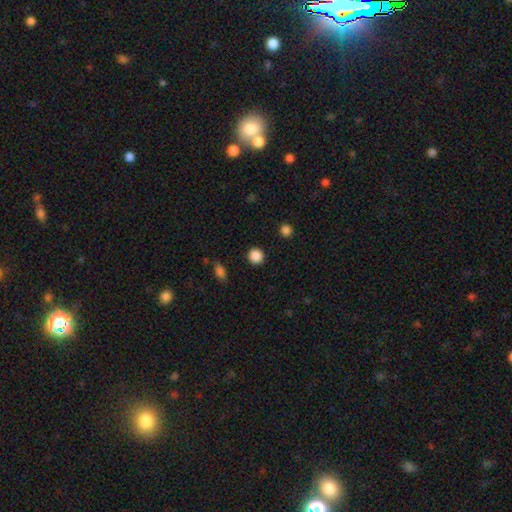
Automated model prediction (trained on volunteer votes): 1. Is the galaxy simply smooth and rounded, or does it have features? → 87% smooth, 10% star or artifact, 3% featured or disk.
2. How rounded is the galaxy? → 92% round, 7% in between, 1% cigar-shaped.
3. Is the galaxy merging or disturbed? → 91% none, 5% minor disturbance, 2% major disturbance, 1% merger.